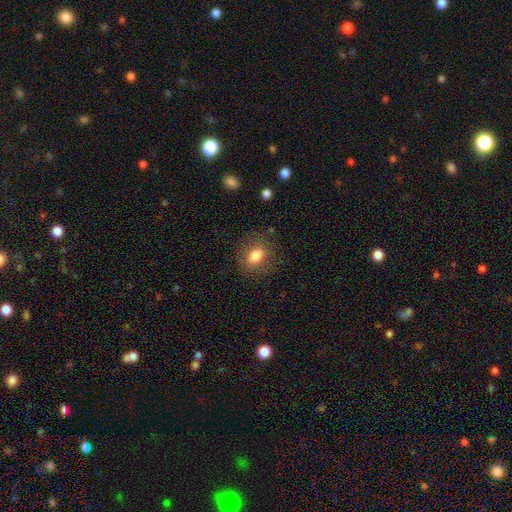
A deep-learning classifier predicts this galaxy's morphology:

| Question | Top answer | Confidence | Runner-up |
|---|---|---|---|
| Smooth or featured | smooth | 80% | featured or disk (11%) |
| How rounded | in between | 65% | round (33%) |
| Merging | none | 82% | minor disturbance (12%) |